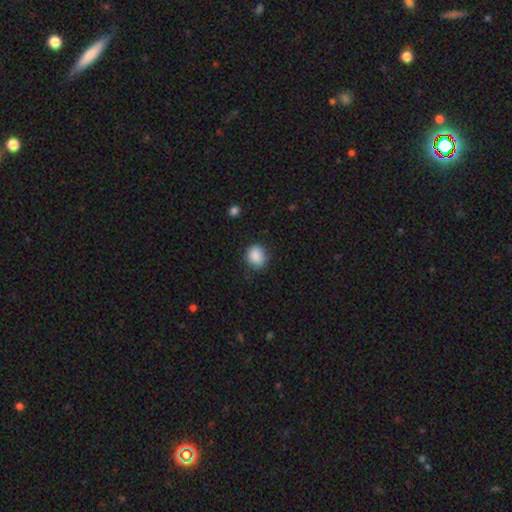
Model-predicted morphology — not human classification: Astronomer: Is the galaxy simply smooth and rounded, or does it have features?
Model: smooth — 88%.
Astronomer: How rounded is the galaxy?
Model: round — 73%.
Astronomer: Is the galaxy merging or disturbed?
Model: none — 79%.